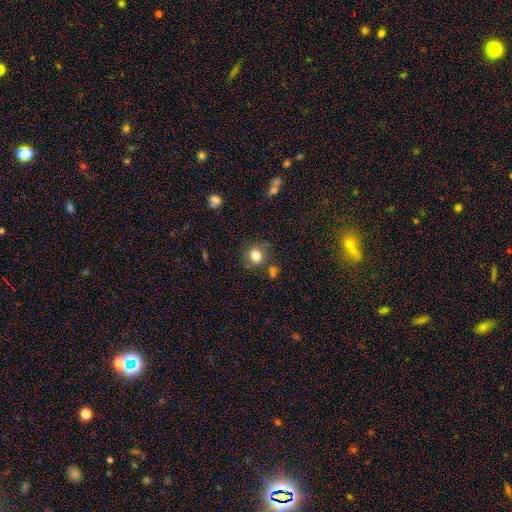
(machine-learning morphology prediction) smooth_or_featured: smooth (p=0.80) [alt: star or artifact p=0.11]
how_rounded: round (p=0.75) [alt: in between p=0.24]
merging: none (p=0.70) [alt: minor disturbance p=0.17]